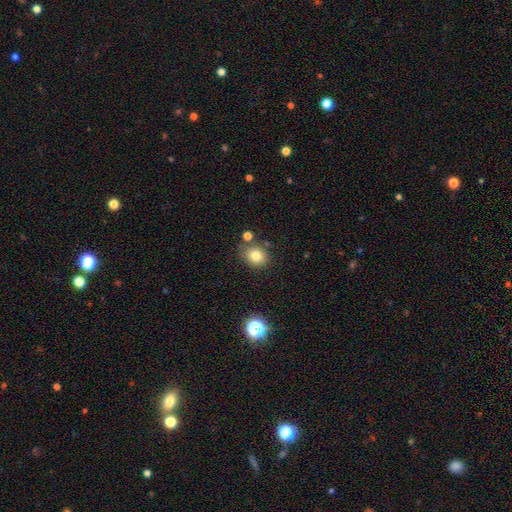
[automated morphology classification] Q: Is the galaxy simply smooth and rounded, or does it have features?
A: smooth — 79%.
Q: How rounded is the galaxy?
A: round — 71%.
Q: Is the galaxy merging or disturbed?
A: none — 74%.